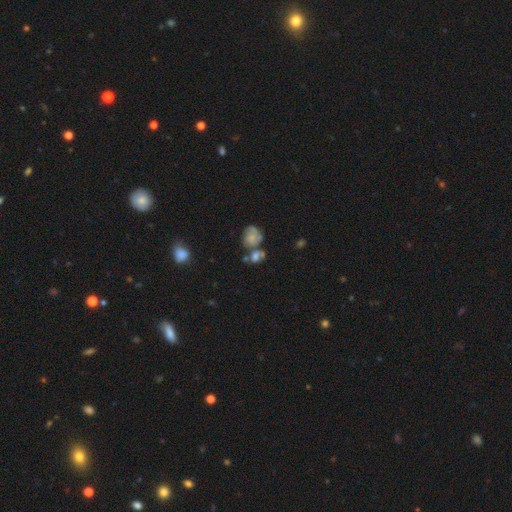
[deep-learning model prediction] Overall: smooth (54%; featured or disk 31%). How rounded: round (57%; in between 41%). Merging: merger (40%; none 35%).